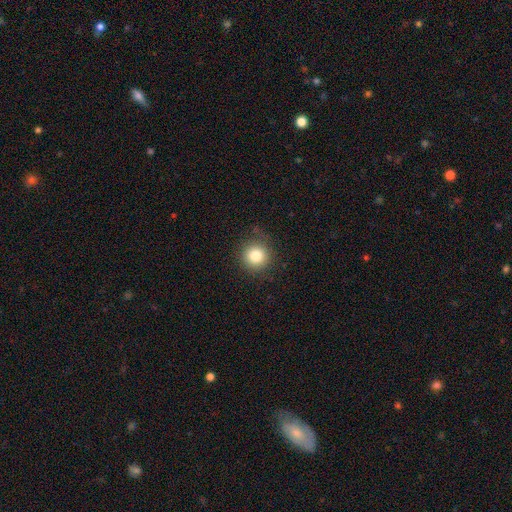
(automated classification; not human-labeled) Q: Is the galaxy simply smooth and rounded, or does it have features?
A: smooth — 82%.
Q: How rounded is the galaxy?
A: round — 94%.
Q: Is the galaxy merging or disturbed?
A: none — 85%.